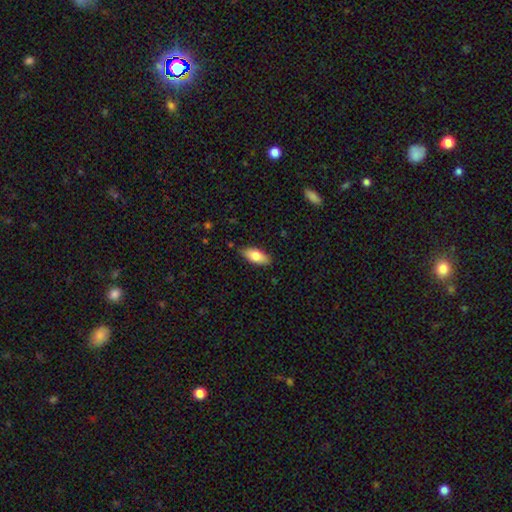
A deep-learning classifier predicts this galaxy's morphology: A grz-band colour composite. It shows a smooth galaxy with no disk features (77%) that is in between round and cigar-shaped (84%). Merging: none (86%).